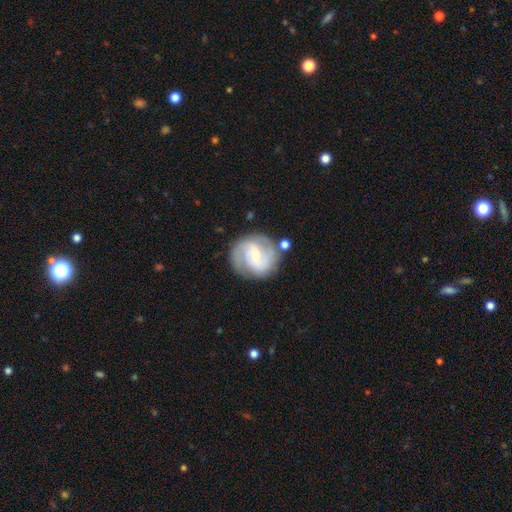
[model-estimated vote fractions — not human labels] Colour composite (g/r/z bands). It shows a featured or disk galaxy (81%) with a weak bar (48%), 2 (66%) medium (45%) spiral arms (95%) and a small central bulge (64%). Merging: none (74%).